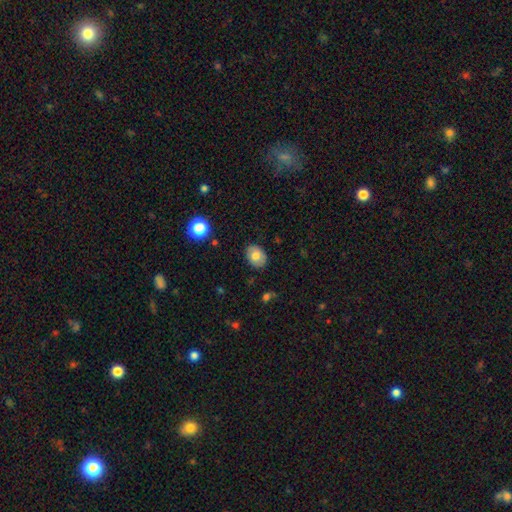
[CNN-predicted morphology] smooth-or-featured: smooth: 73% | featured or disk: 19% | star or artifact: 8%
  how-rounded: in between: 70% | round: 29% | cigar-shaped: 1%
  merging: none: 85% | minor disturbance: 11% | major disturbance: 2% | merger: 1%